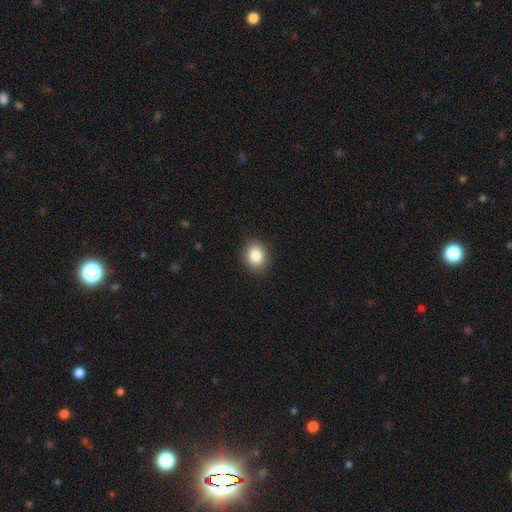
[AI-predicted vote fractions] Q: Smooth or featured?
A: smooth (85%); runner-up: star or artifact (9%)
Q: How rounded?
A: round (52%); runner-up: in between (47%)
Q: Merging?
A: none (88%); runner-up: minor disturbance (9%)